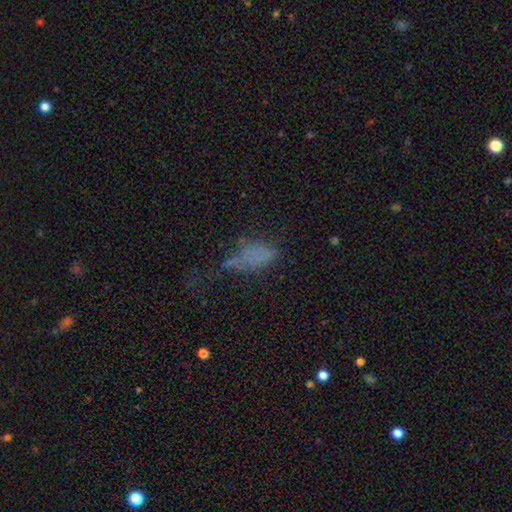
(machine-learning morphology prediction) The model was most divided on "merging": major disturbance: 40%, none: 26%, minor disturbance: 25%, merger: 9%. More confident: how rounded — in between (82%); smooth or featured — smooth (57%).